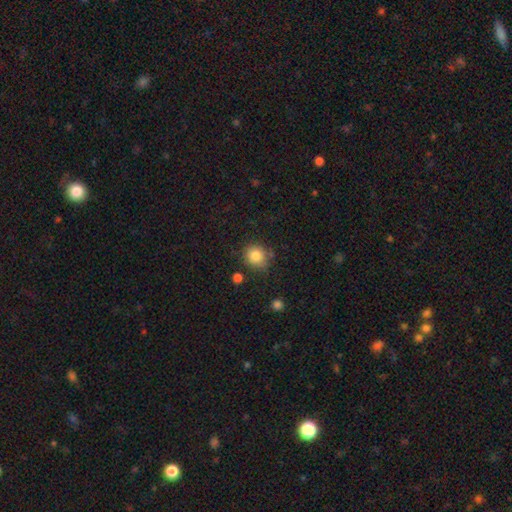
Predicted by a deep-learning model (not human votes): The model was most divided on "merging": none: 75%, minor disturbance: 15%, merger: 5%, major disturbance: 4%. More confident: smooth or featured — smooth (84%); how rounded — round (83%).